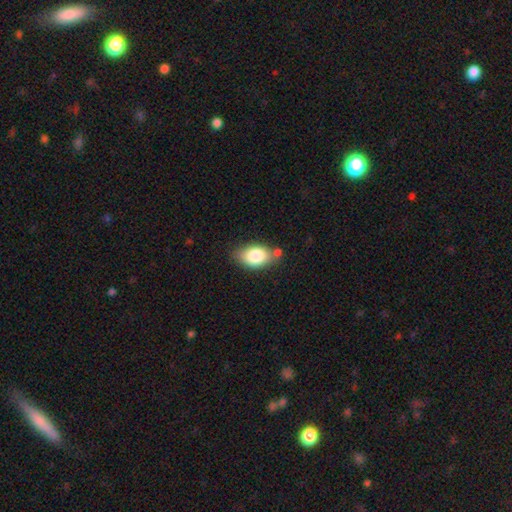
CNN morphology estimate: type=smooth (82%); roundness=in between (88%); merging=none (65%).